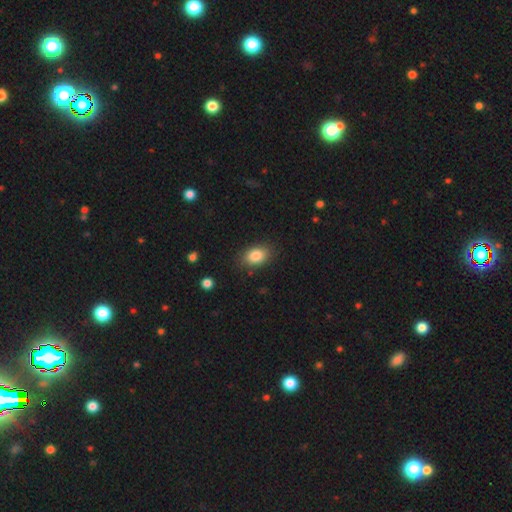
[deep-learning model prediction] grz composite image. It shows a smooth galaxy with no disk features (85%) that is in between round and cigar-shaped (83%). Merging: none (84%).